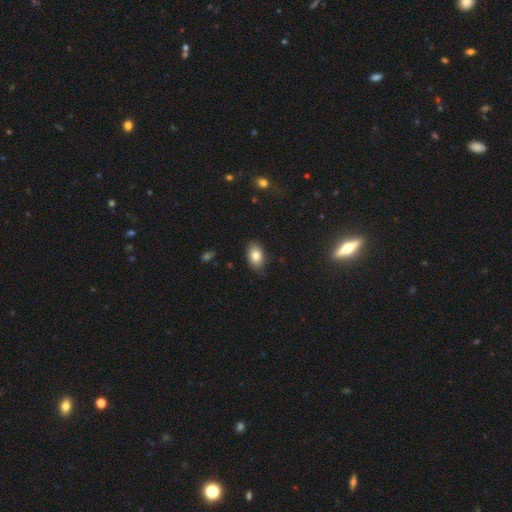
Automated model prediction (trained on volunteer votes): This appears to be a smooth galaxy with no disk features (81%) that is in between round and cigar-shaped (88%). Merging: none (79%).